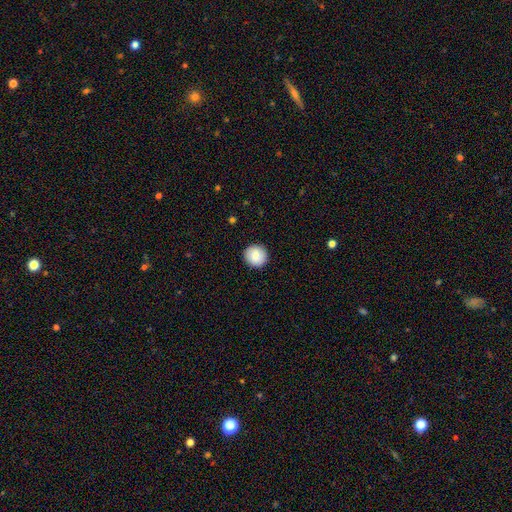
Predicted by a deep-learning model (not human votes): Smooth or featured? Predicted: smooth (p=0.85). How rounded? Predicted: round (p=0.93). Merging? Predicted: none (p=0.91).